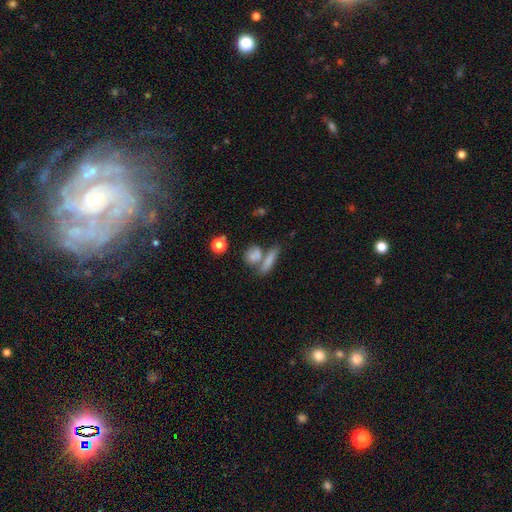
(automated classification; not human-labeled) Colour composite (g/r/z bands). It shows a smooth galaxy with no disk features (65%) that is cigar-shaped (36%). Merging: none (52%).